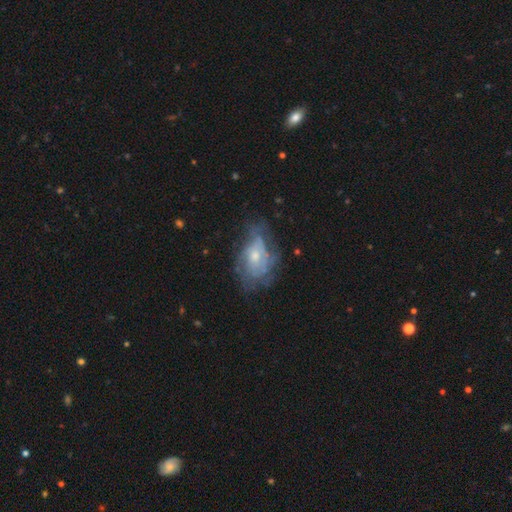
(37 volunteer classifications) Volunteers were most divided on "merging": major disturbance: 41%, minor disturbance: 38%, none: 21%, merger: 0%. More confident: edge-on disk — no (100%); bar — no (89%); smooth or featured — featured or disk (73%); spiral arms — no (70%); bulge size — moderate (59%).